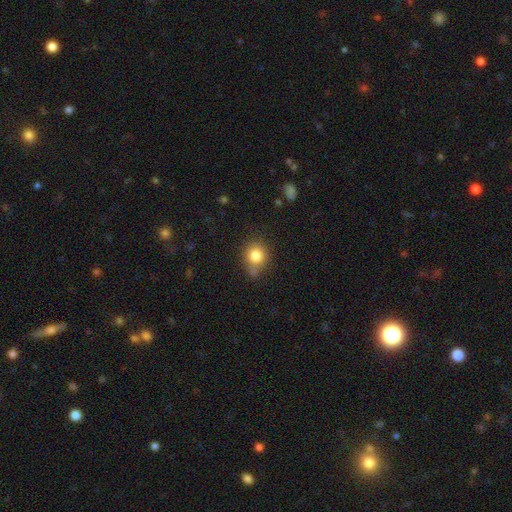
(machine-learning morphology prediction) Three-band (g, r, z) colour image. It shows a smooth galaxy with no disk features (82%) that is round (79%). Merging: none (63%).